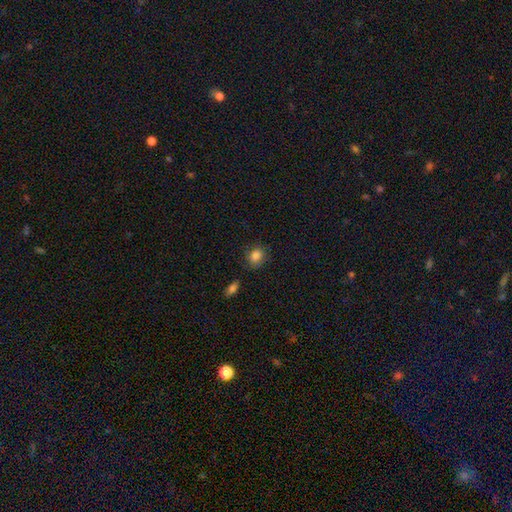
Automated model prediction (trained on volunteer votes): Smooth or featured?
  - smooth: 84% *
  - star or artifact: 9%
  - featured or disk: 7%
How rounded?
  - in between: 58% *
  - round: 40%
  - cigar-shaped: 1%
Merging?
  - none: 73% *
  - minor disturbance: 19%
  - major disturbance: 5%
  - merger: 3%